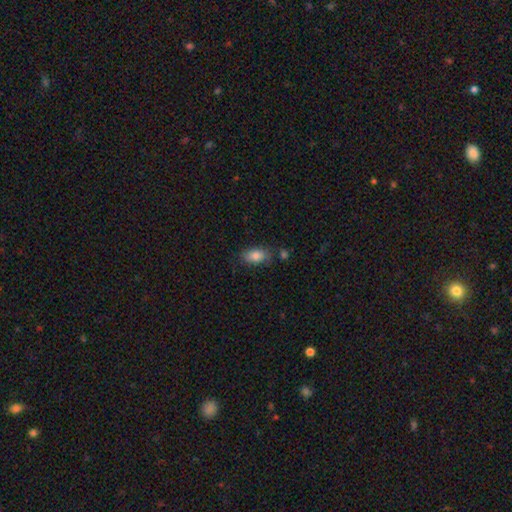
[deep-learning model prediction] Smooth or featured? smooth (83%)
How rounded? in between (90%)
Merging? none (76%)